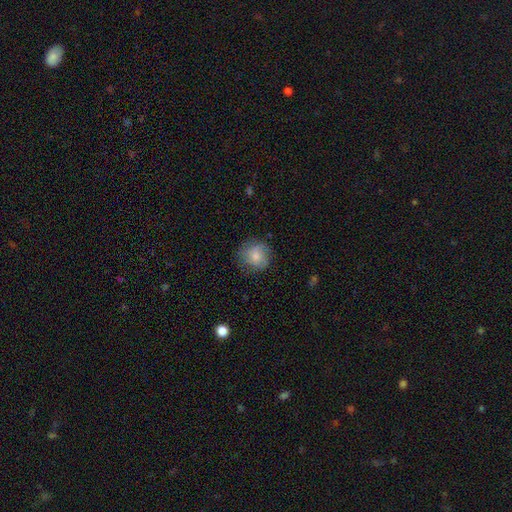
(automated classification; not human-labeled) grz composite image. It shows a smooth galaxy with no disk features (77%) that is round (86%). Merging: none (72%).